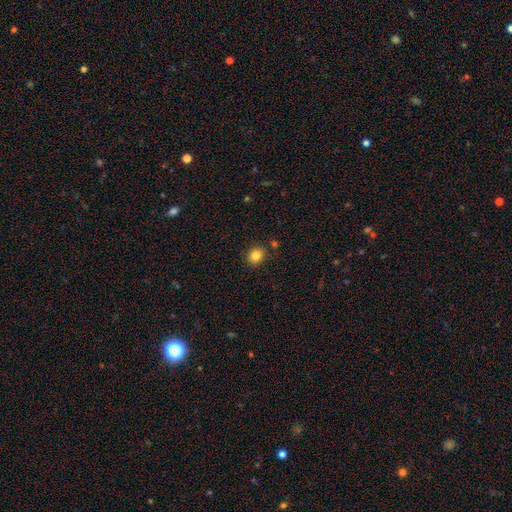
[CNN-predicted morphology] Q: Smooth or featured?
A: smooth (84%); runner-up: star or artifact (11%)
Q: How rounded?
A: round (65%); runner-up: in between (34%)
Q: Merging?
A: none (85%); runner-up: minor disturbance (9%)